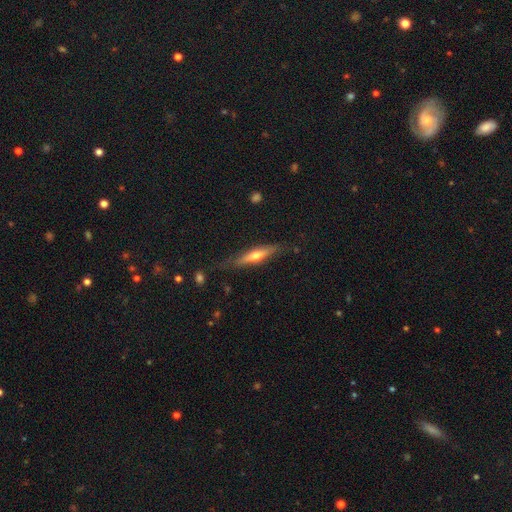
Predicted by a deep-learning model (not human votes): Smooth or featured? featured or disk (56%)
Edge-on disk? yes (92%)
Edge-on bulge? rounded (83%)
Merging? none (77%)